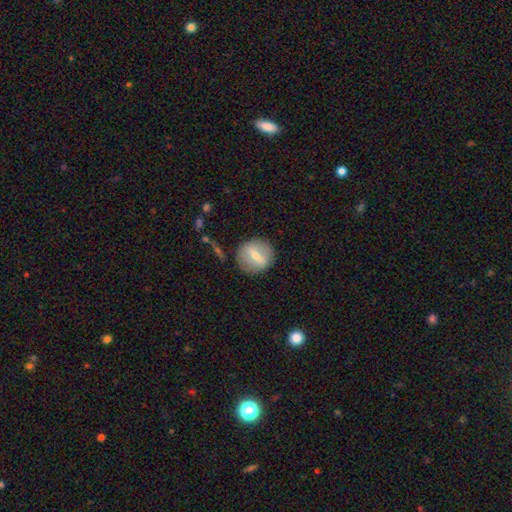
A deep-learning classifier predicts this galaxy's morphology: A smooth galaxy with no disk features (52%) that is round (83%). Merging: none (84%).